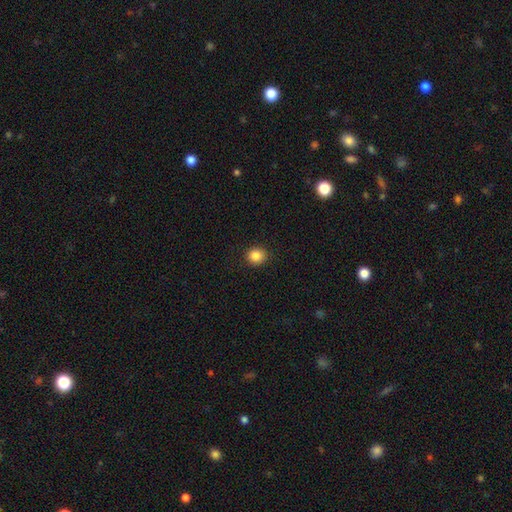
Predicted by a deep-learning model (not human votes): A smooth galaxy with no disk features (86%) that is round (86%). Merging: none (91%).